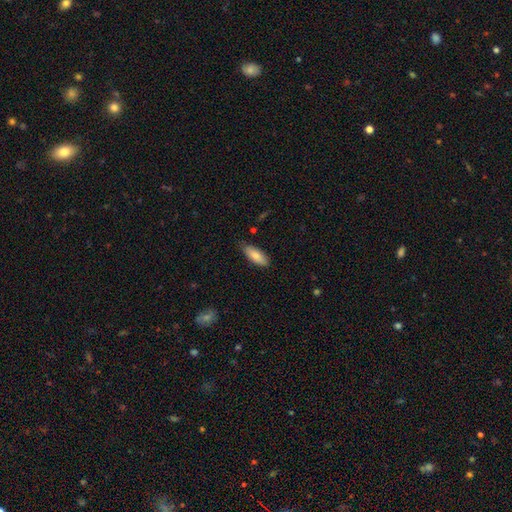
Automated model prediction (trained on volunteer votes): Q: Smooth or featured?
A: smooth (82%); runner-up: featured or disk (12%)
Q: How rounded?
A: in between (75%); runner-up: cigar-shaped (23%)
Q: Merging?
A: none (76%); runner-up: minor disturbance (20%)